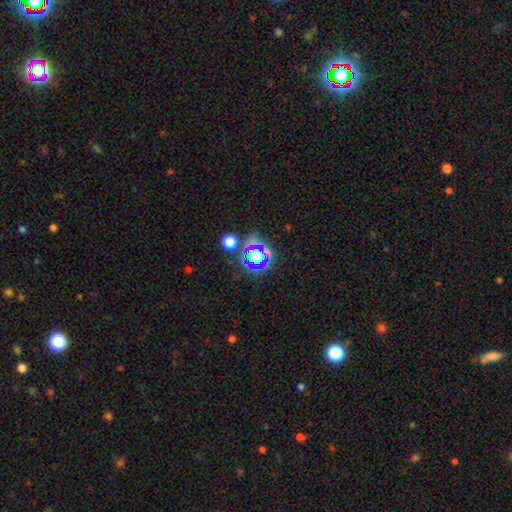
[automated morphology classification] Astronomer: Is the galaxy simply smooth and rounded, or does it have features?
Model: star or artifact — 55% (runner-up: smooth, 33%).